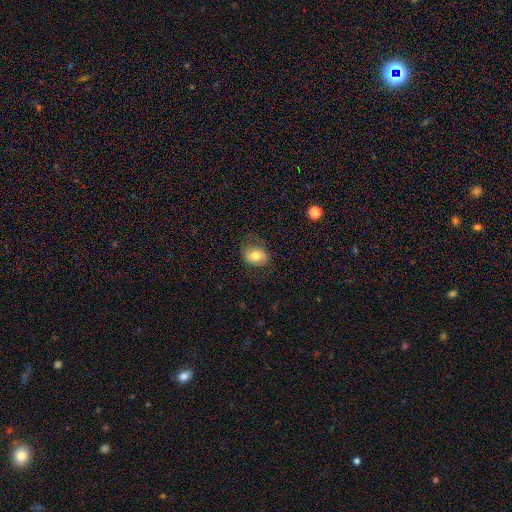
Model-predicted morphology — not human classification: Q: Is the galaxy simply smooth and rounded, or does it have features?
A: smooth — 71%.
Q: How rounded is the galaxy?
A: in between — 59%.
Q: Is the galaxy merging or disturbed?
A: none — 74%.